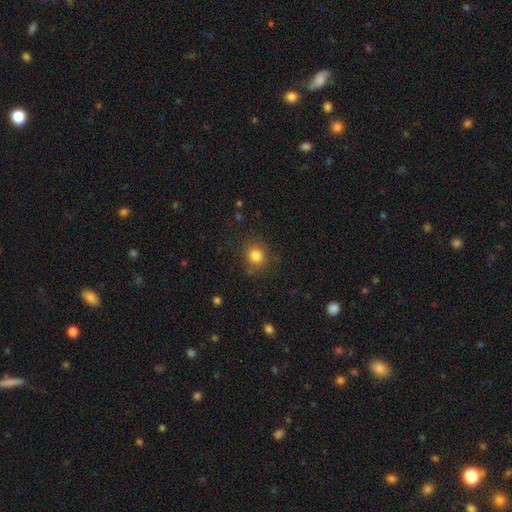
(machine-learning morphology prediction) Smooth or featured? Predicted: smooth (p=0.83). How rounded? Predicted: round (p=0.77). Merging? Predicted: none (p=0.81).